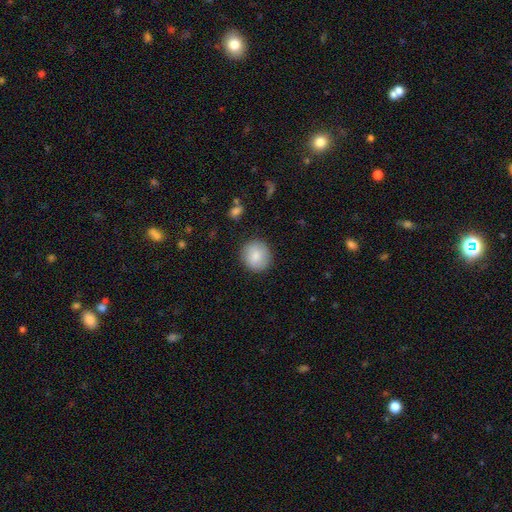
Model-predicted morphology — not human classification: smooth_or_featured: smooth (p=0.85) [alt: featured or disk p=0.09]
how_rounded: round (p=0.91) [alt: in between p=0.08]
merging: none (p=0.89) [alt: minor disturbance p=0.08]